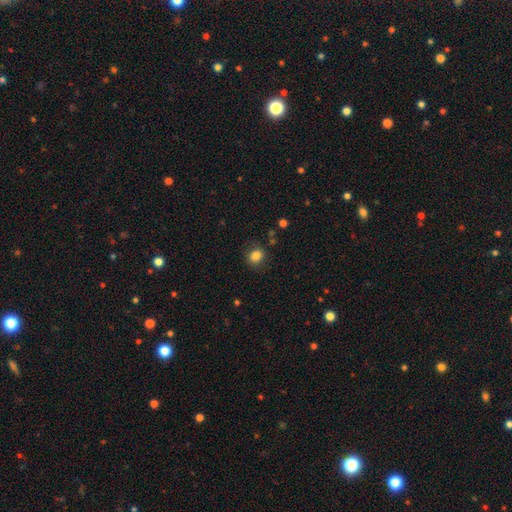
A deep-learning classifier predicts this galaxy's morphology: smooth-or-featured: smooth: 83% | star or artifact: 11% | featured or disk: 5%
  how-rounded: round: 74% | in between: 25% | cigar-shaped: 1%
  merging: none: 82% | minor disturbance: 12% | major disturbance: 4% | merger: 2%